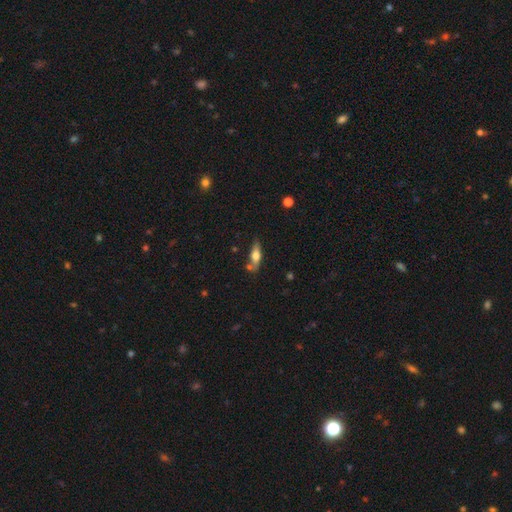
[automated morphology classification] smooth-or-featured: smooth: 52% | featured or disk: 41% | star or artifact: 7%
  how-rounded: cigar-shaped: 50% | in between: 47% | round: 3%
  merging: none: 66% | minor disturbance: 17% | merger: 12% | major disturbance: 4%